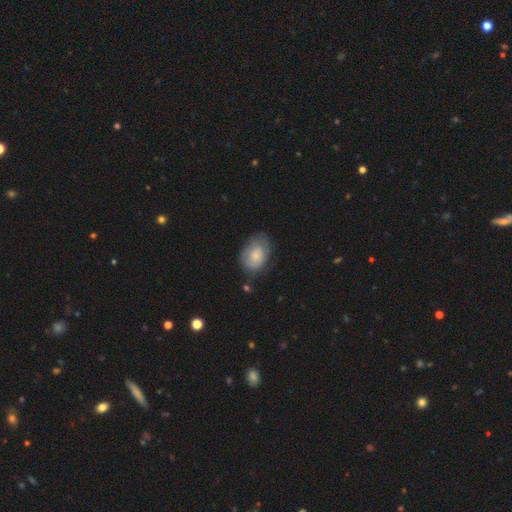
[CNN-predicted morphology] Smooth or featured: smooth — 71% (featured or disk — 22%)
How rounded: in between — 80% (round — 19%)
Merging: none — 62% (minor disturbance — 27%)